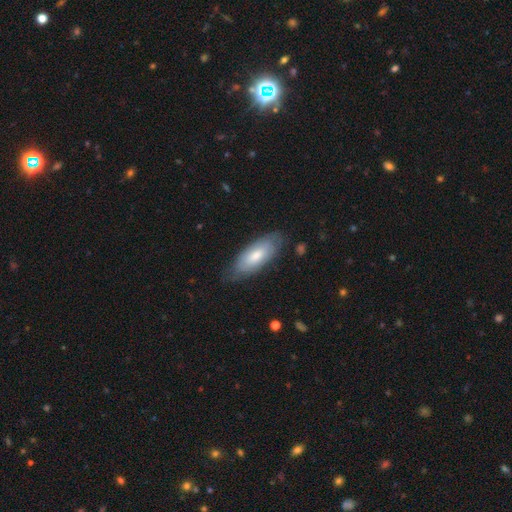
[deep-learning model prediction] Q: Smooth or featured?
A: smooth (67%); runner-up: featured or disk (28%)
Q: How rounded?
A: in between (80%); runner-up: cigar-shaped (18%)
Q: Merging?
A: none (73%); runner-up: minor disturbance (21%)